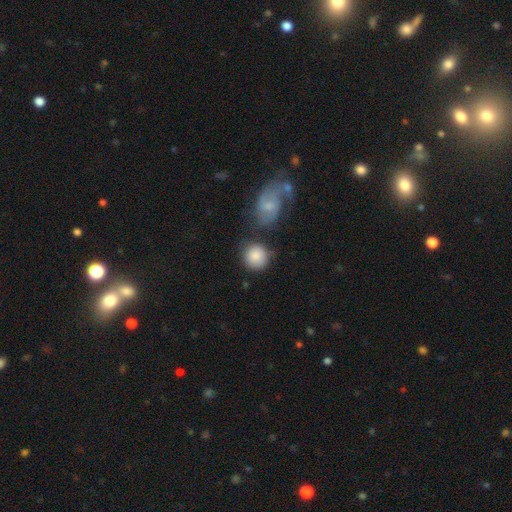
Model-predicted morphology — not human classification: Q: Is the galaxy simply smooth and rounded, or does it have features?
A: smooth — 84%.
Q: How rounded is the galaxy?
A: round — 90%.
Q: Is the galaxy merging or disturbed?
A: none — 65%.